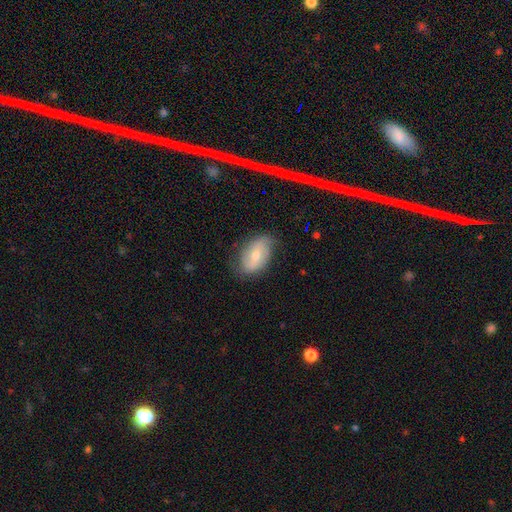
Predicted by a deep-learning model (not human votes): A smooth galaxy with no disk features (53%) that is in between round and cigar-shaped (88%).

Vote fractions:
- Smooth or featured? smooth: 53% / featured or disk: 40% / star or artifact: 8%
- How rounded? in between: 88% / round: 10% / cigar-shaped: 2%
- Merging? none: 68% / minor disturbance: 24% / major disturbance: 6% / merger: 1%